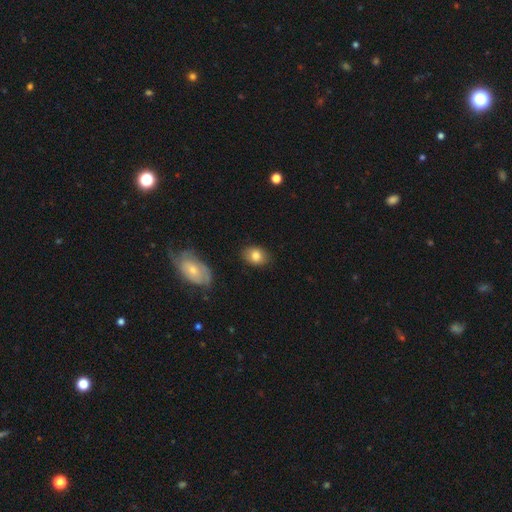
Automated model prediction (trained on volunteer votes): smooth-or-featured: smooth: 81% | featured or disk: 10% | star or artifact: 8%
  how-rounded: in between: 69% | round: 30% | cigar-shaped: 1%
  merging: none: 83% | minor disturbance: 12% | major disturbance: 3% | merger: 2%